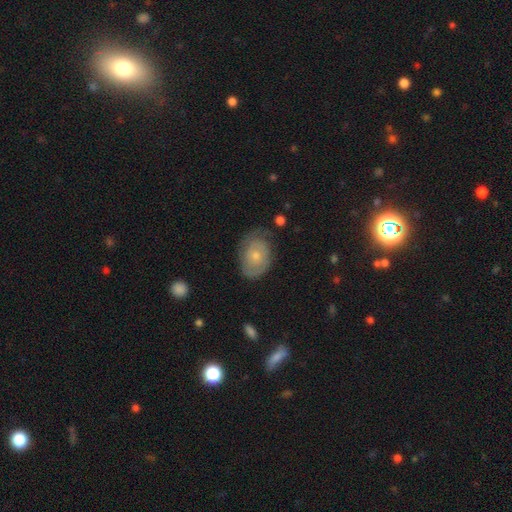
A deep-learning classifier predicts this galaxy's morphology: This is possibly a featured or disk galaxy (58%). It is clearly not viewed edge-on (96%). Bar: clearly no (83%). Spiral arm pattern: likely yes (74%). Central bulge: possibly small (56%). Merging: likely none (67%).